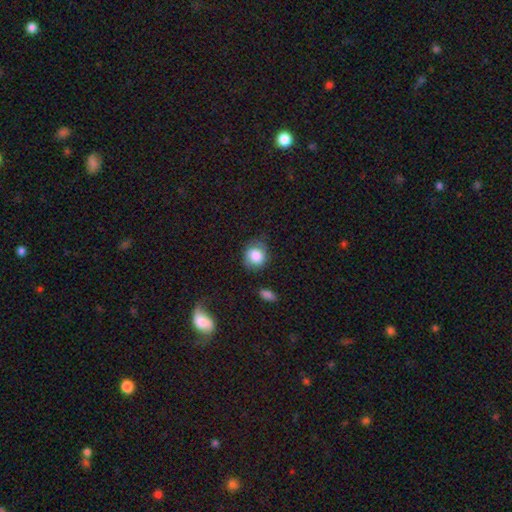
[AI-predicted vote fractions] This appears to be a smooth galaxy with no disk features (75%) that is round (71%). Merging: none (64%).